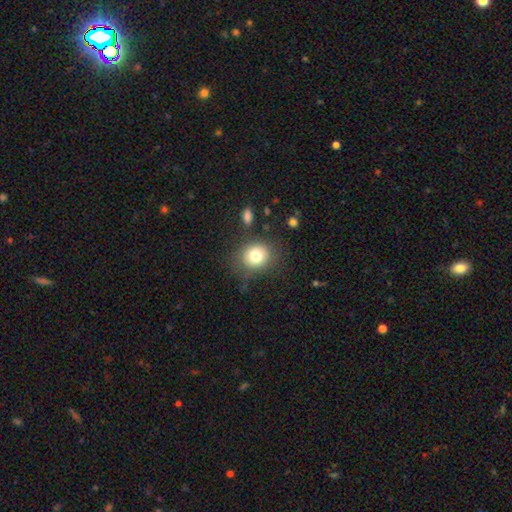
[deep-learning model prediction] Smooth or featured? Predicted: smooth (p=0.78). How rounded? Predicted: round (p=0.77). Merging? Predicted: none (p=0.78).